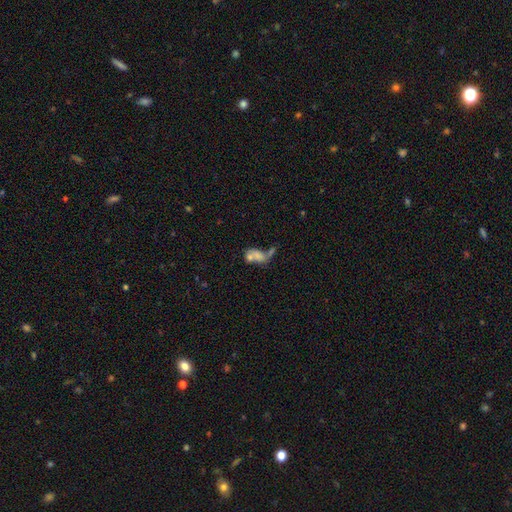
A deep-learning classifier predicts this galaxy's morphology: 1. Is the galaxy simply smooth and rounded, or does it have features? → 58% smooth, 29% featured or disk, 13% star or artifact.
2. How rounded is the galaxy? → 78% in between, 17% round, 5% cigar-shaped.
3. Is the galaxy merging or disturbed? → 57% merger, 17% none, 15% major disturbance, 10% minor disturbance.